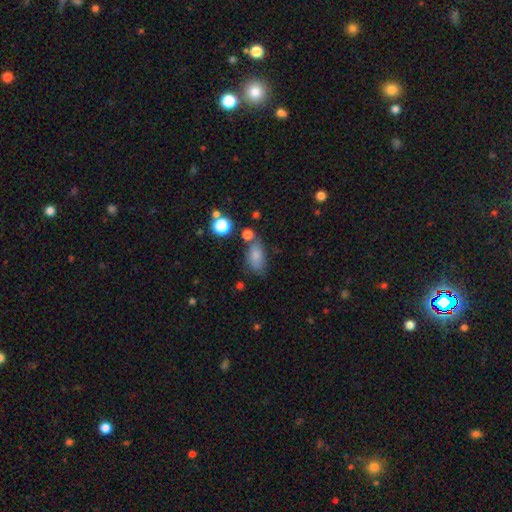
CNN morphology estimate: Smooth or featured? smooth (78%)
How rounded? in between (87%)
Merging? none (57%)